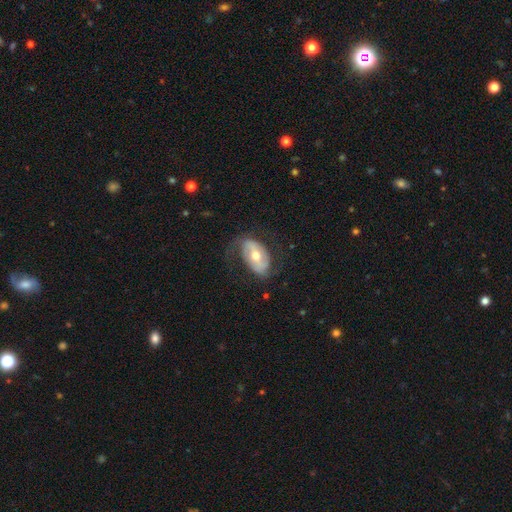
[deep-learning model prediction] Q: Smooth or featured?
A: featured or disk (68%); runner-up: smooth (27%)
Q: Edge-on disk?
A: no (94%); runner-up: yes (6%)
Q: Bar?
A: weak (38%); runner-up: no (31%)
Q: Spiral arms?
A: yes (76%); runner-up: no (24%)
Q: Bulge size?
A: moderate (71%); runner-up: small (21%)
Q: Merging?
A: none (63%); runner-up: minor disturbance (20%)